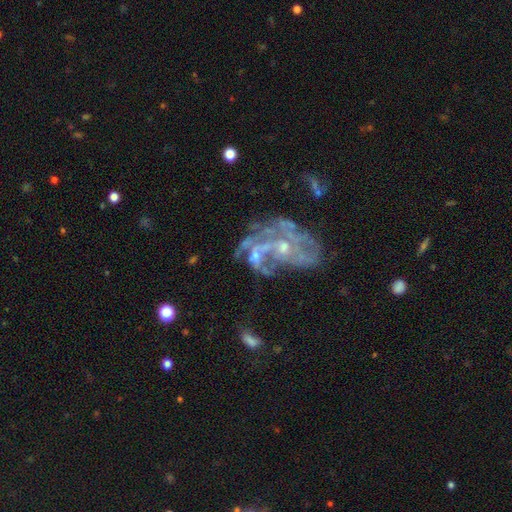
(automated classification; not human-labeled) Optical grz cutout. It shows a featured or disk galaxy (76%) with no bar (75%), spiral arms (51%) and a small central bulge (46%). Merging: major disturbance (33%).